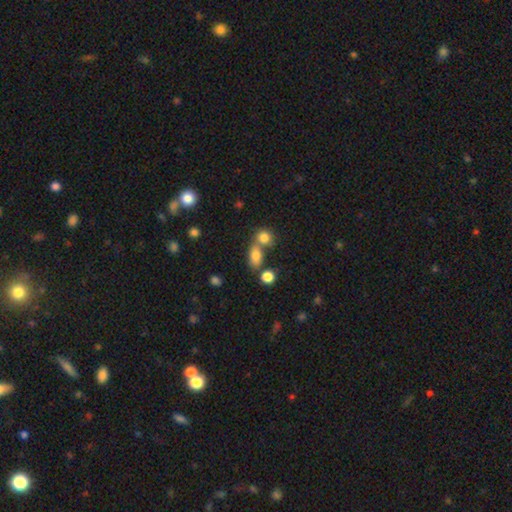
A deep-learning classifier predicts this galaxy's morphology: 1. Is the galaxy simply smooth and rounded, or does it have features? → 79% smooth, 13% star or artifact, 9% featured or disk.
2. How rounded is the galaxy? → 72% in between, 24% round, 3% cigar-shaped.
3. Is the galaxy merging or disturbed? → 48% none, 36% merger, 11% minor disturbance, 5% major disturbance.